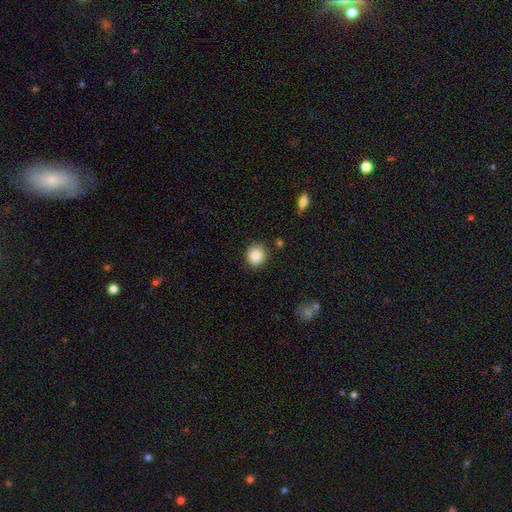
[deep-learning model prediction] Smooth or featured: smooth — 87% (star or artifact — 8%)
How rounded: round — 84% (in between — 15%)
Merging: none — 87% (minor disturbance — 9%)